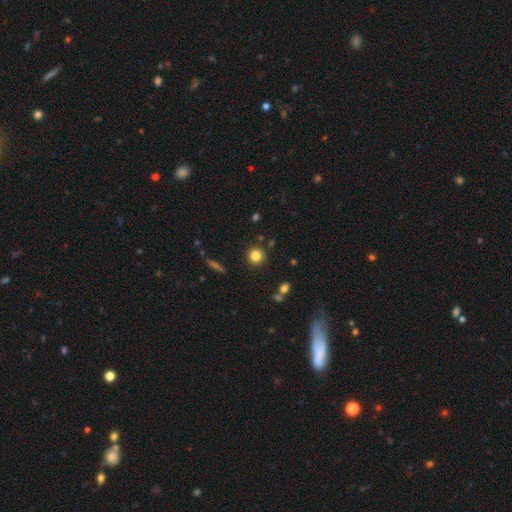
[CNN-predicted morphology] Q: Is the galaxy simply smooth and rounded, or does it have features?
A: smooth — 82%.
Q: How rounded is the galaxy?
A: round — 92%.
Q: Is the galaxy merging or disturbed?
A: none — 87%.